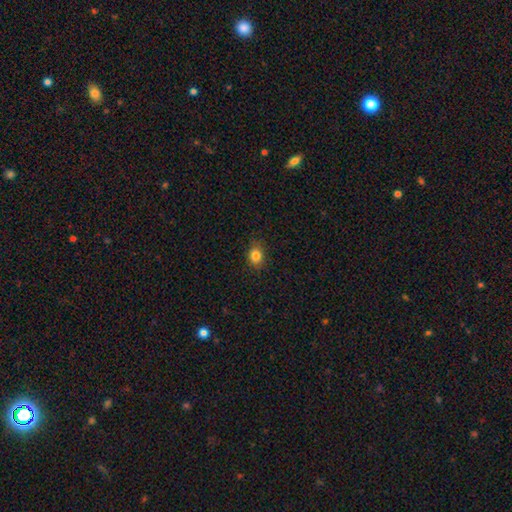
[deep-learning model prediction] Smooth or featured? Predicted: smooth (p=0.84). How rounded? Predicted: round (p=0.54). Merging? Predicted: none (p=0.87).